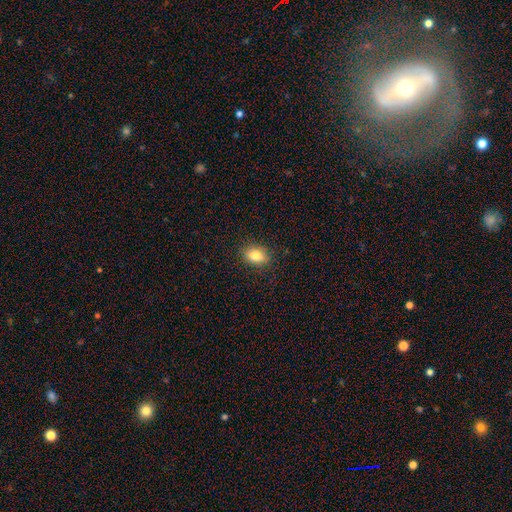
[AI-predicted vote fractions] Overall: smooth (82%). How rounded: in between (74%). Merging: none (88%).